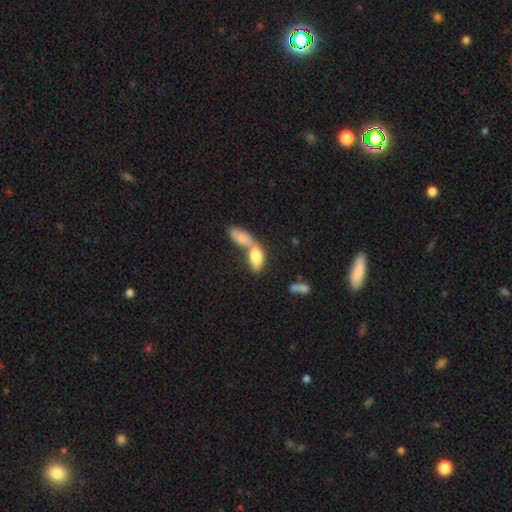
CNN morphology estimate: Smooth or featured?
  - smooth: 79% *
  - featured or disk: 15%
  - star or artifact: 7%
How rounded?
  - in between: 85% *
  - cigar-shaped: 11%
  - round: 4%
Merging?
  - merger: 70% *
  - none: 19%
  - minor disturbance: 6%
  - major disturbance: 4%